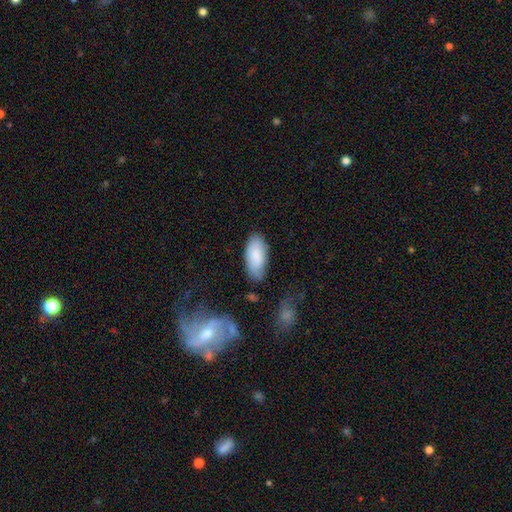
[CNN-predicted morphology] Smooth or featured?
  - smooth: 83% *
  - featured or disk: 11%
  - star or artifact: 6%
How rounded?
  - in between: 90% *
  - cigar-shaped: 8%
  - round: 2%
Merging?
  - none: 73% *
  - minor disturbance: 20%
  - major disturbance: 4%
  - merger: 3%